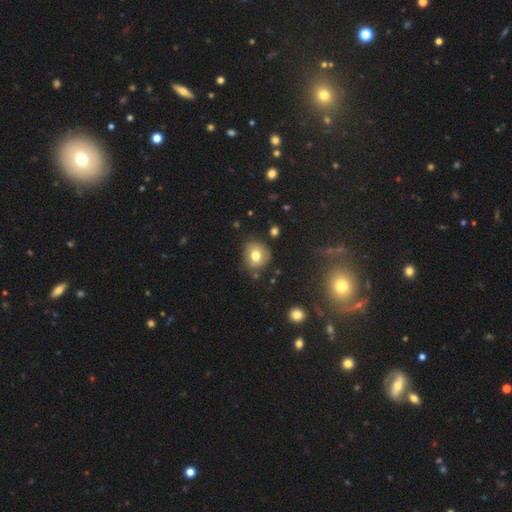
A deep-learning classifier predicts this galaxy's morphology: smooth_or_featured: smooth (p=0.73) [alt: featured or disk p=0.16]
how_rounded: round (p=0.74) [alt: in between p=0.25]
merging: none (p=0.74) [alt: minor disturbance p=0.18]